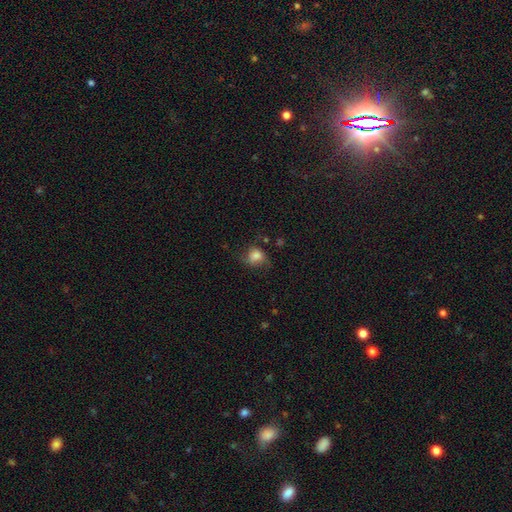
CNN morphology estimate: The model was most divided on "merging": none: 52%, minor disturbance: 29%, major disturbance: 17%, merger: 2%. More confident: smooth or featured — smooth (78%); how rounded — round (63%).